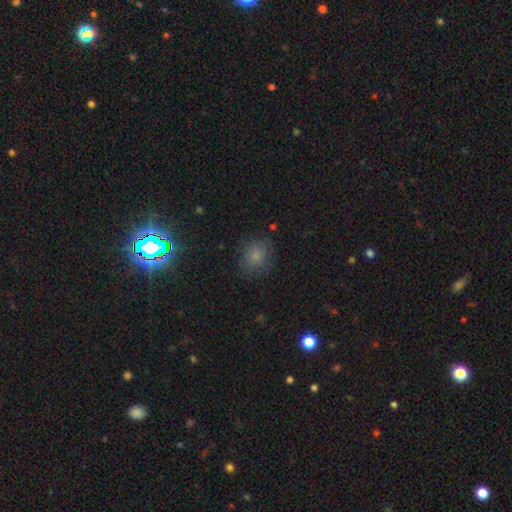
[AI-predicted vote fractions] smooth_or_featured: smooth (p=0.72) [alt: star or artifact p=0.17]
how_rounded: round (p=0.69) [alt: in between p=0.30]
merging: none (p=0.76) [alt: minor disturbance p=0.17]